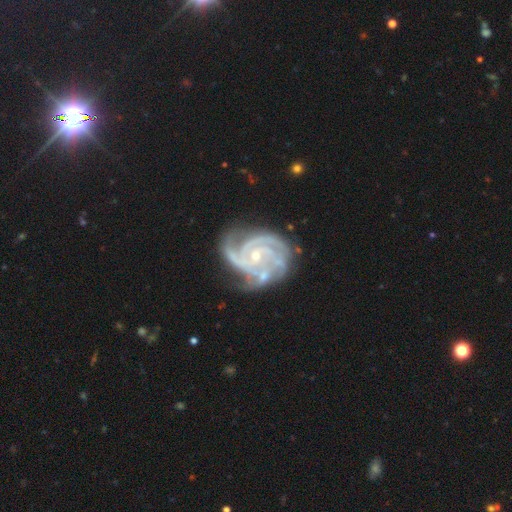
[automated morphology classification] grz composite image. It shows a featured or disk galaxy (92%) with no bar (66%), 3 (46%) tight (64%) spiral arms (99%) and a small central bulge (70%). Merging: none (55%).